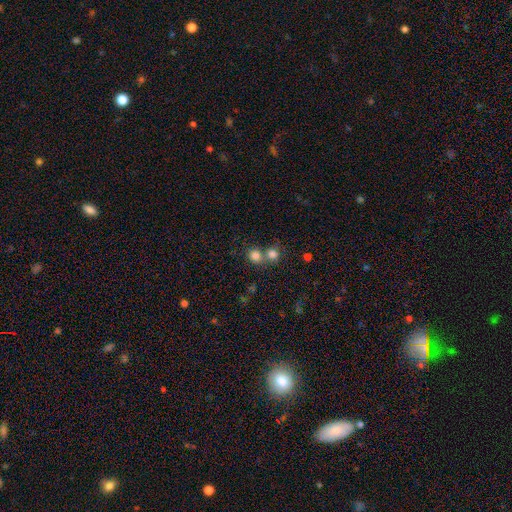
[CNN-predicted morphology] Q: Smooth or featured?
A: smooth (80%); runner-up: star or artifact (13%)
Q: How rounded?
A: round (85%); runner-up: in between (14%)
Q: Merging?
A: none (49%); runner-up: merger (42%)